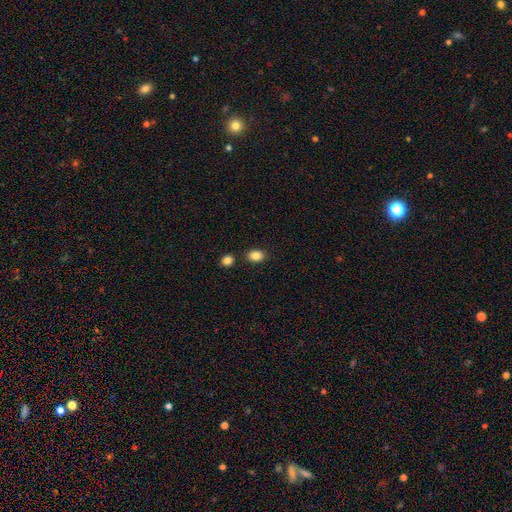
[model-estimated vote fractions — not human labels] This appears to be a smooth galaxy with no disk features (87%) that is in between round and cigar-shaped (74%). Merging: none (81%).